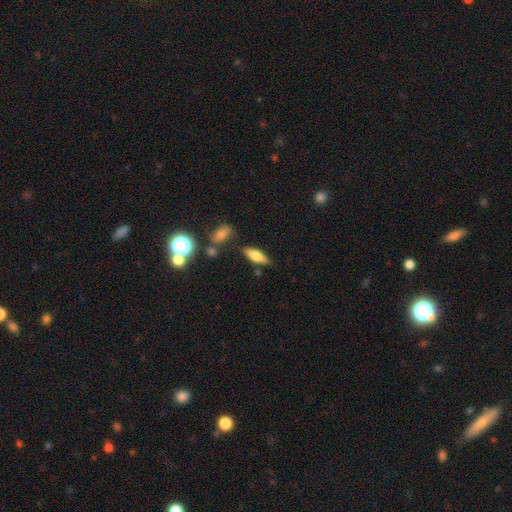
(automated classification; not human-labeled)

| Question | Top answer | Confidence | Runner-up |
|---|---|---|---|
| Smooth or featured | smooth | 62% | featured or disk (30%) |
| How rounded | in between | 64% | cigar-shaped (33%) |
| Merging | none | 76% | minor disturbance (15%) |